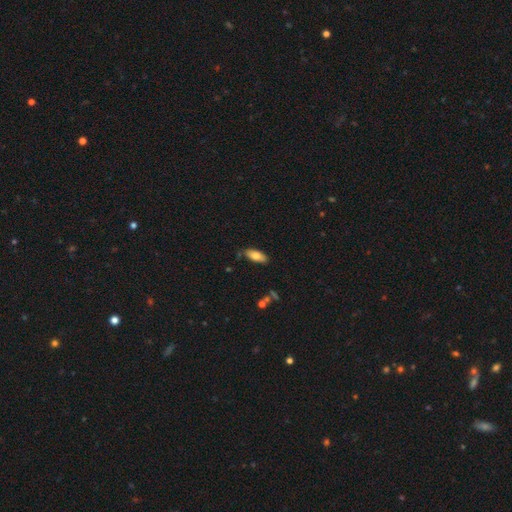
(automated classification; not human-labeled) A smooth galaxy with no disk features (75%) that is in between round and cigar-shaped (82%).

Vote fractions:
- Smooth or featured? smooth: 75% / featured or disk: 18% / star or artifact: 7%
- How rounded? in between: 82% / cigar-shaped: 16% / round: 2%
- Merging? none: 72% / minor disturbance: 21% / major disturbance: 4% / merger: 3%